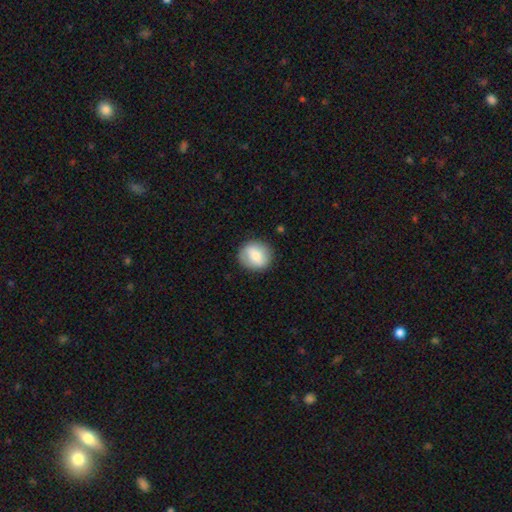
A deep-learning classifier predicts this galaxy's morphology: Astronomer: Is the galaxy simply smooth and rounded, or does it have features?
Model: smooth — 73%.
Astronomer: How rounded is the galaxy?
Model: round — 84%.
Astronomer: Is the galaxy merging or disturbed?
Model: none — 86%.